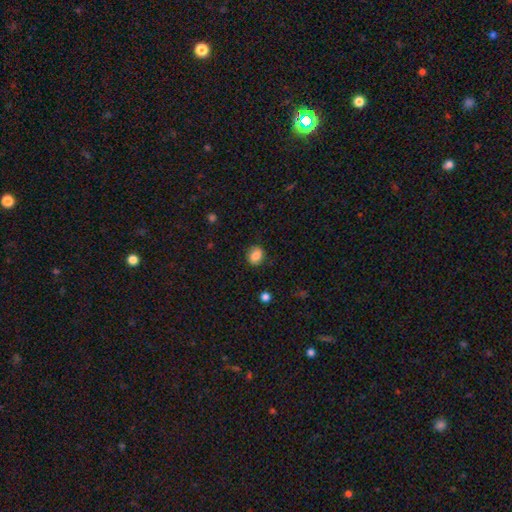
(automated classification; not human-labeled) Smooth or featured? Predicted: smooth (p=0.83). How rounded? Predicted: in between (p=0.52). Merging? Predicted: none (p=0.80).